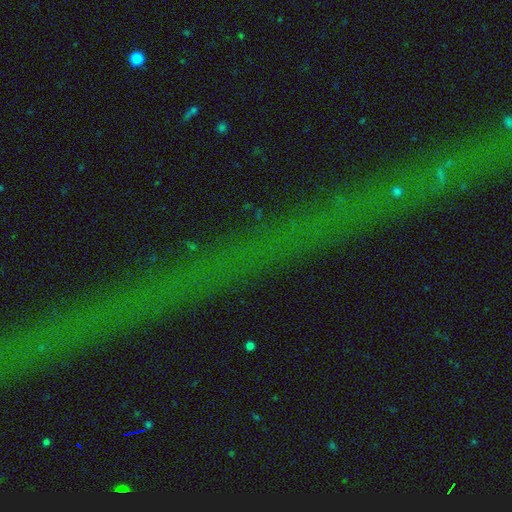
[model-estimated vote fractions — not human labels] The model was most divided on "smooth or featured": star or artifact: 74%, featured or disk: 15%, smooth: 11%.